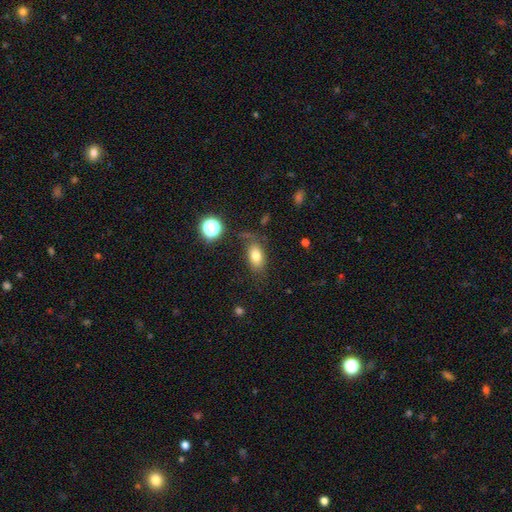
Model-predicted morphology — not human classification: smooth-or-featured: smooth: 77% | featured or disk: 11% | star or artifact: 11%
  how-rounded: in between: 87% | round: 10% | cigar-shaped: 3%
  merging: none: 67% | minor disturbance: 20% | major disturbance: 9% | merger: 4%